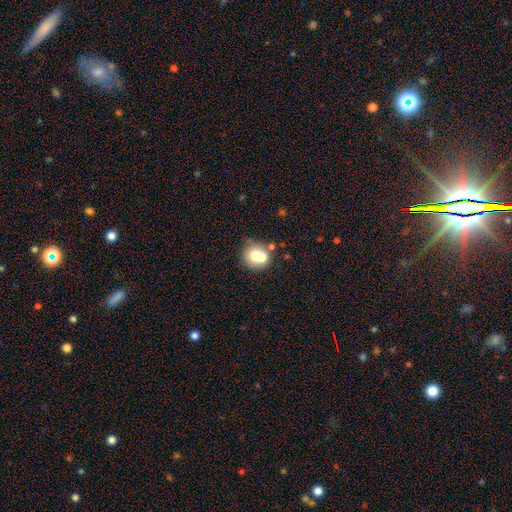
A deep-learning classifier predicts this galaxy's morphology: This appears to be a smooth galaxy with no disk features (65%) that is round (77%). Merging: merger (44%).